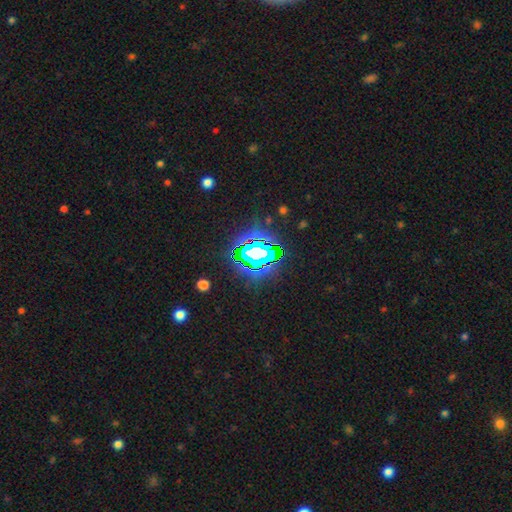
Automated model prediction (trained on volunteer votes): A star or artifact, not a galaxy (72%).